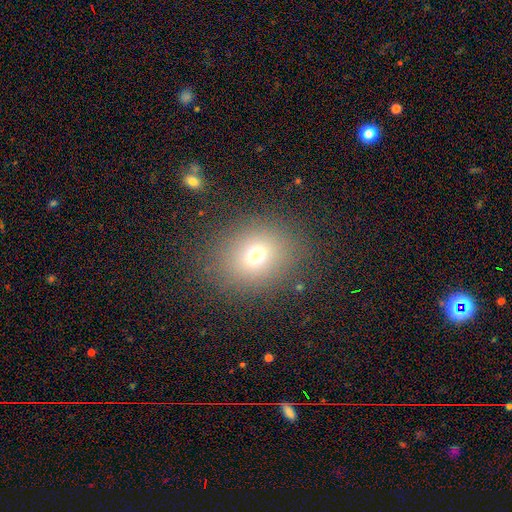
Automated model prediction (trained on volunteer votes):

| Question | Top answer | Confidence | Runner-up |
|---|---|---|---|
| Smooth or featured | smooth | 69% | star or artifact (19%) |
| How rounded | round | 63% | in between (36%) |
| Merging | none | 85% | minor disturbance (9%) |